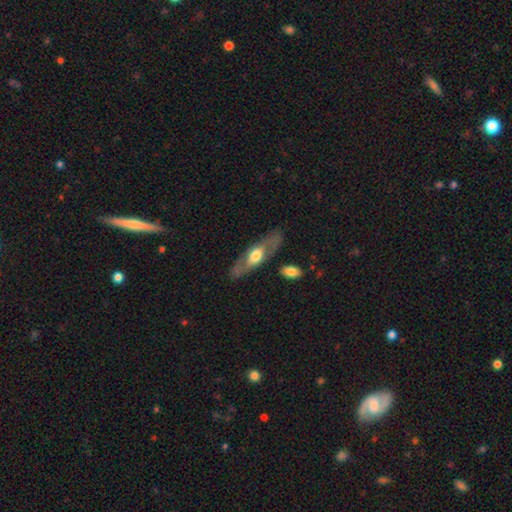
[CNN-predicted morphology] Smooth or featured: featured or disk — 61% (smooth — 34%)
Edge-on disk: no — 56% (yes — 44%)
Merging: none — 80% (minor disturbance — 13%)